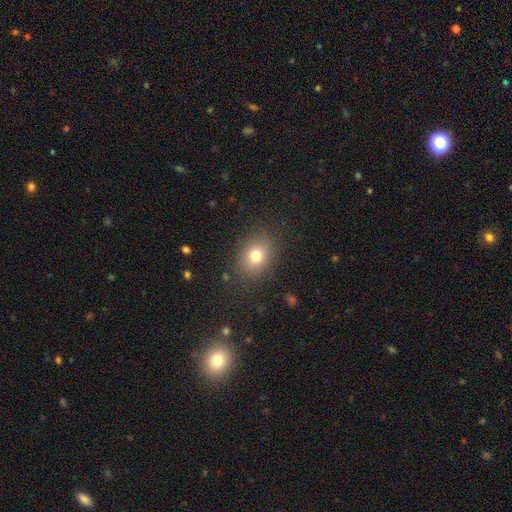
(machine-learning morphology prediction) type=smooth (77%); roundness=in between (58%); merging=none (84%).